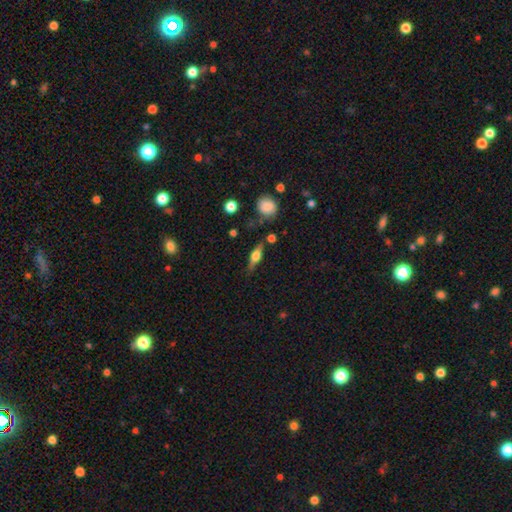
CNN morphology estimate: Smooth or featured: featured or disk — 53% (smooth — 39%)
Edge-on disk: yes — 93% (no — 7%)
Merging: none — 77% (minor disturbance — 15%)